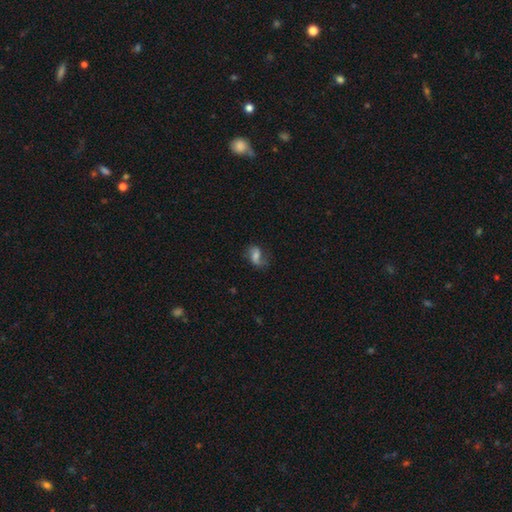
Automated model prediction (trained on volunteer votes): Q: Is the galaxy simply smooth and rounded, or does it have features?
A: featured or disk — 54%.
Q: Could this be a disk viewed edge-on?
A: no — 96%.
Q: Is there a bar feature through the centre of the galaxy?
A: weak — 42%.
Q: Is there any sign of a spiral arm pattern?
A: yes — 88%.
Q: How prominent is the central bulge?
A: moderate — 41%.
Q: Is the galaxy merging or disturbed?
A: none — 61%.